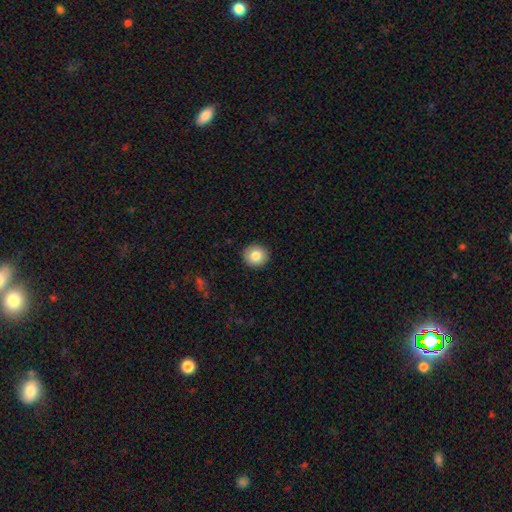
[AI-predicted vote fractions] smooth 83%, star or artifact 9%, featured or disk 8%. Down the decision tree: how rounded — round (89%); merging — none (92%).